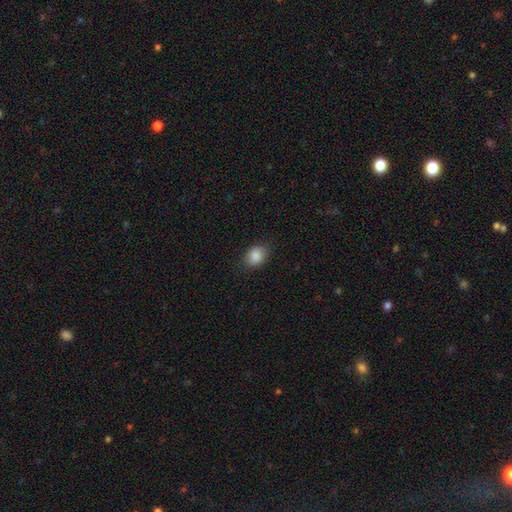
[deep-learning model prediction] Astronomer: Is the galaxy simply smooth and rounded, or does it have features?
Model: smooth — 87%.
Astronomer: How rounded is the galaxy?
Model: in between — 69%.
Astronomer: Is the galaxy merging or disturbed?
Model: none — 82%.